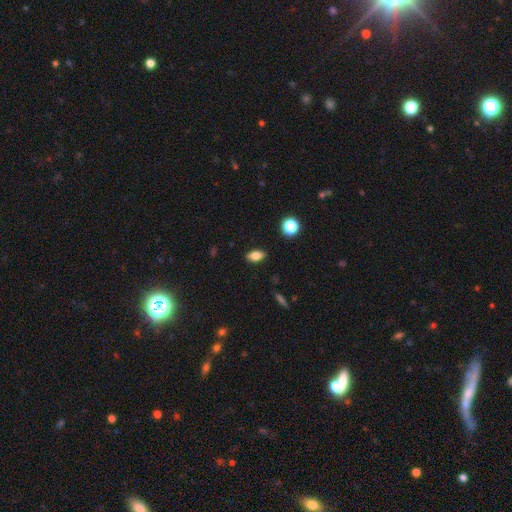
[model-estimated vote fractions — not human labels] smooth-or-featured: smooth: 80% | star or artifact: 10% | featured or disk: 9%
  how-rounded: in between: 86% | round: 8% | cigar-shaped: 6%
  merging: none: 88% | minor disturbance: 9% | major disturbance: 2% | merger: 1%